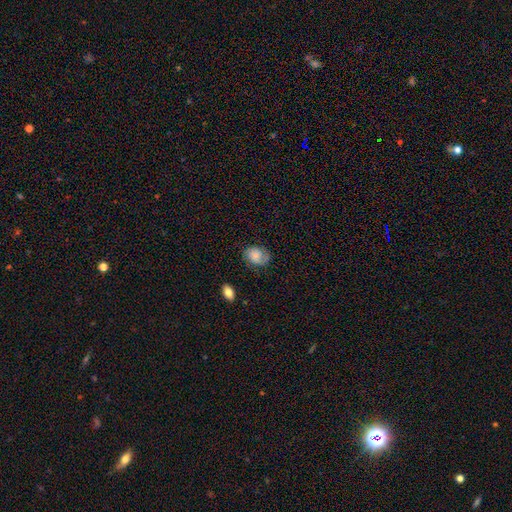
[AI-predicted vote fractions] Smooth or featured: smooth — 67% (featured or disk — 25%)
How rounded: in between — 63% (round — 36%)
Merging: none — 66% (minor disturbance — 24%)